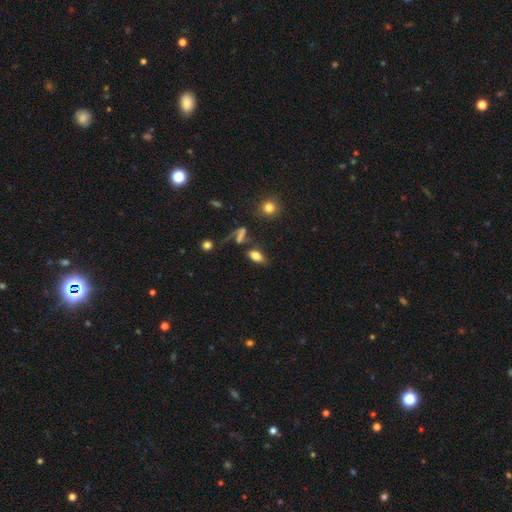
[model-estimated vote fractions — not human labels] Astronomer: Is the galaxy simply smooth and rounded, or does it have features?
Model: smooth — 73%.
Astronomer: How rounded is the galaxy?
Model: in between — 83%.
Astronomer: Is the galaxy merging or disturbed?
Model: none — 64%.